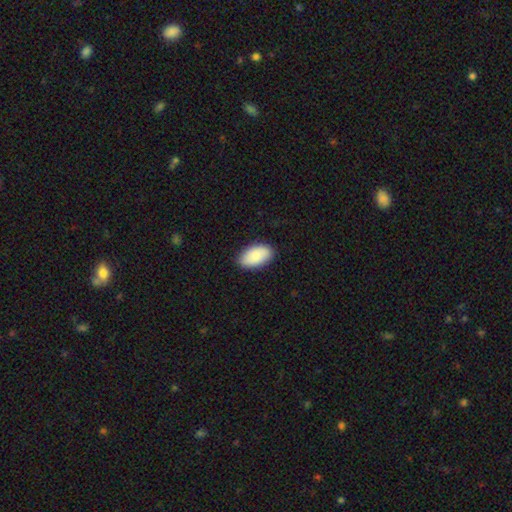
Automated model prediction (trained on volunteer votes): Smooth or featured?
  - smooth: 87% *
  - featured or disk: 7%
  - star or artifact: 6%
How rounded?
  - in between: 95% *
  - round: 3%
  - cigar-shaped: 2%
Merging?
  - none: 86% *
  - minor disturbance: 10%
  - major disturbance: 2%
  - merger: 1%